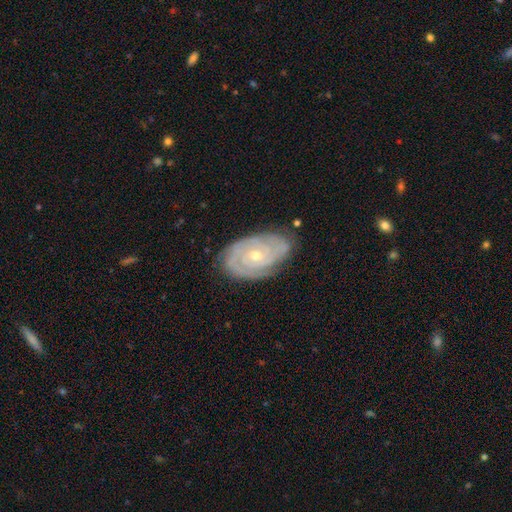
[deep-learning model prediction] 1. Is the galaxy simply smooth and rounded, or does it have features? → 86% featured or disk, 8% smooth, 6% star or artifact.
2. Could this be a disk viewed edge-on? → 96% no, 4% yes.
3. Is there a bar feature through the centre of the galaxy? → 73% no, 22% weak, 5% strong.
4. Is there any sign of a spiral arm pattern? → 96% yes, 4% no.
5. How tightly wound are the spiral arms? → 79% tight, 18% medium, 3% loose.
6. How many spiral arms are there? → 35% 2, 26% 3, 22% can't tell, 8% 4, 5% 1, 4% more than 4.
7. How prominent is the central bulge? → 58% small, 40% moderate, 1% large, 1% none, 1% dominant.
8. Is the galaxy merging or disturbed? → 78% none, 17% minor disturbance, 4% major disturbance, 1% merger.